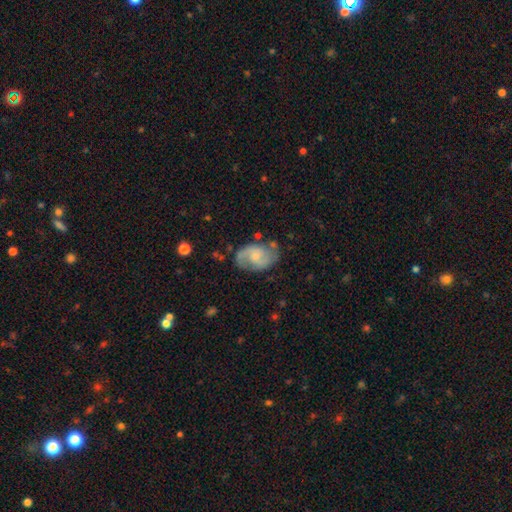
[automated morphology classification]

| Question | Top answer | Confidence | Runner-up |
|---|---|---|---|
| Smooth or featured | featured or disk | 77% | smooth (17%) |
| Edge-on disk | no | 98% | yes (2%) |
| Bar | no | 54% | weak (40%) |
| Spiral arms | yes | 94% | no (6%) |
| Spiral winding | medium | 52% | loose (28%) |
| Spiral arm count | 2 | 88% | can't tell (6%) |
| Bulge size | small | 53% | moderate (31%) |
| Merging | none | 71% | minor disturbance (19%) |